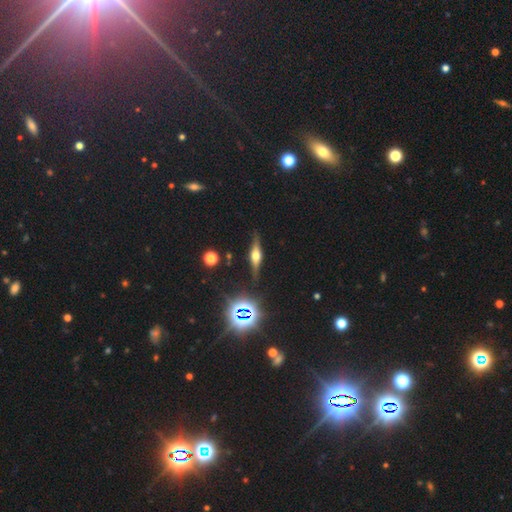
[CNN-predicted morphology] smooth_or_featured: featured or disk (p=0.69) [alt: smooth p=0.19]
disk_edge_on: yes (p=0.95) [alt: no p=0.05]
edge_on_bulge: rounded (p=0.92) [alt: boxy p=0.06]
merging: none (p=0.86) [alt: minor disturbance p=0.10]